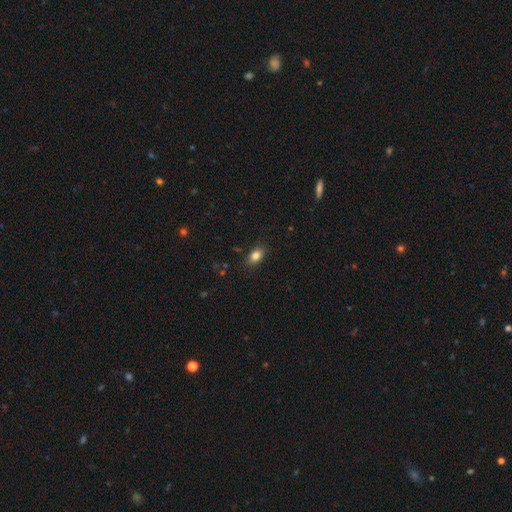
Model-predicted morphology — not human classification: A smooth galaxy with no disk features (84%) that is in between round and cigar-shaped (83%).

Vote fractions:
- Smooth or featured? smooth: 84% / star or artifact: 9% / featured or disk: 7%
- How rounded? in between: 83% / round: 15% / cigar-shaped: 2%
- Merging? none: 85% / minor disturbance: 11% / major disturbance: 3% / merger: 1%